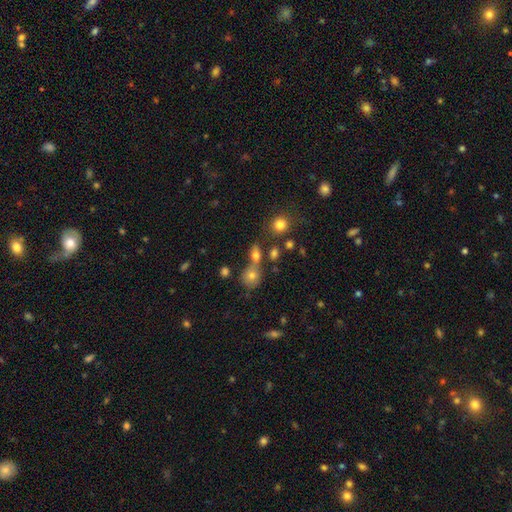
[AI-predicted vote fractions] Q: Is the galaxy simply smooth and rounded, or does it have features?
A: smooth — 73%.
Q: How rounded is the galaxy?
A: in between — 57%.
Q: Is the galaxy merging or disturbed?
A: none — 45%.